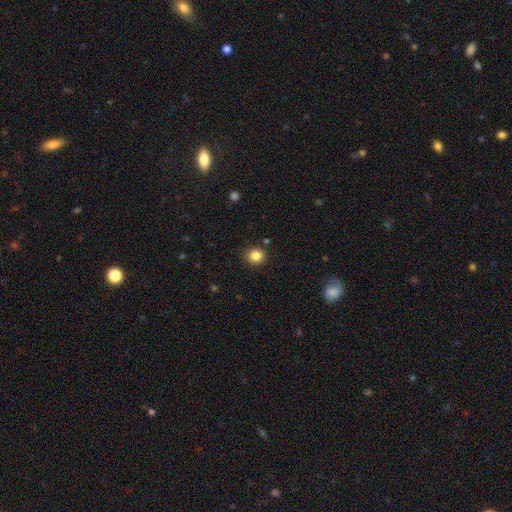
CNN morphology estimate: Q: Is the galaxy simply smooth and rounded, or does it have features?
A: smooth — 84%.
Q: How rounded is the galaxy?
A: round — 89%.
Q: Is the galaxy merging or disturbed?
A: none — 90%.